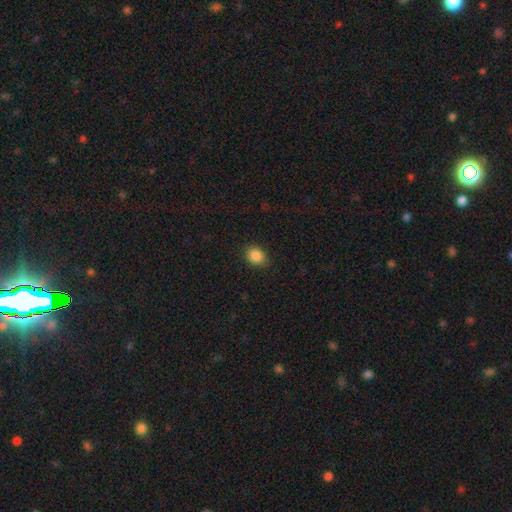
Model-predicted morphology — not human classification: Smooth or featured? smooth (87%)
How rounded? in between (56%)
Merging? none (87%)